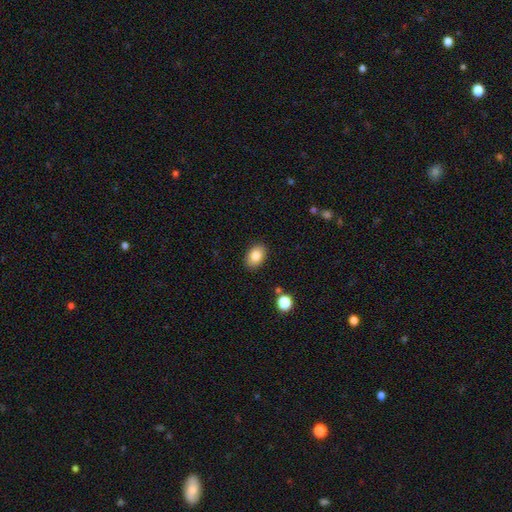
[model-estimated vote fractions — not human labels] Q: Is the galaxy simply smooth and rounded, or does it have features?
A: smooth — 84%.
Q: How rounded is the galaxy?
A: in between — 81%.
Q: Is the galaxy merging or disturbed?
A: none — 87%.